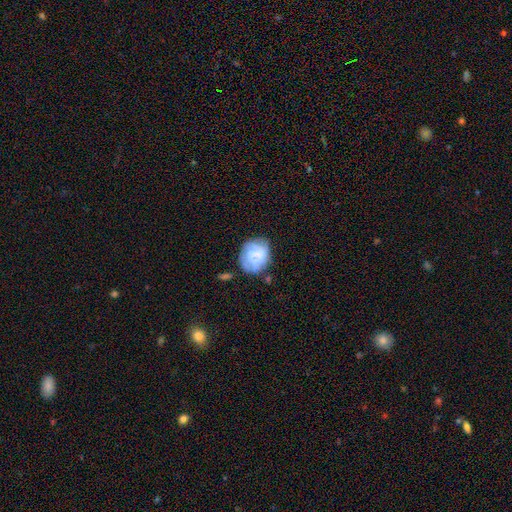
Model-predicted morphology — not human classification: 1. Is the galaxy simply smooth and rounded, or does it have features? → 49% featured or disk, 43% smooth, 8% star or artifact.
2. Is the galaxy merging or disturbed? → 59% none, 25% minor disturbance, 11% major disturbance, 5% merger.